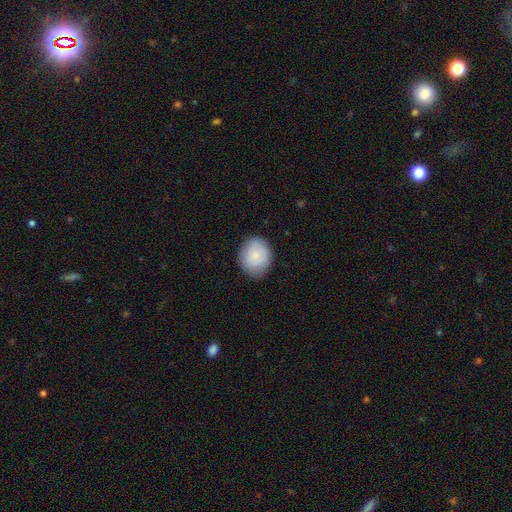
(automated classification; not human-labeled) This is clearly a smooth galaxy (84%). How rounded: likely round (61%). Merging: clearly none (80%).